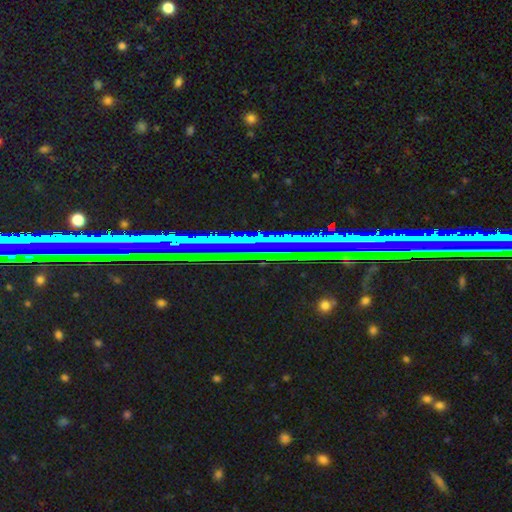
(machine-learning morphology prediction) A star or artifact, not a galaxy (60%).

Vote fractions:
- Smooth or featured? star or artifact: 60% / featured or disk: 30% / smooth: 10%